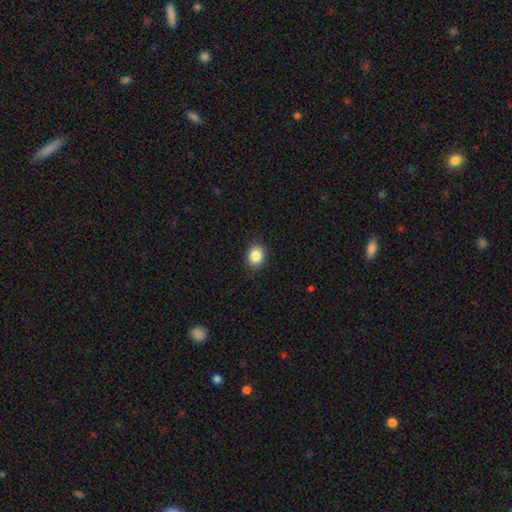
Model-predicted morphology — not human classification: smooth_or_featured: smooth (p=0.86) [alt: star or artifact p=0.09]
how_rounded: in between (p=0.50) [alt: round p=0.49]
merging: none (p=0.89) [alt: minor disturbance p=0.08]